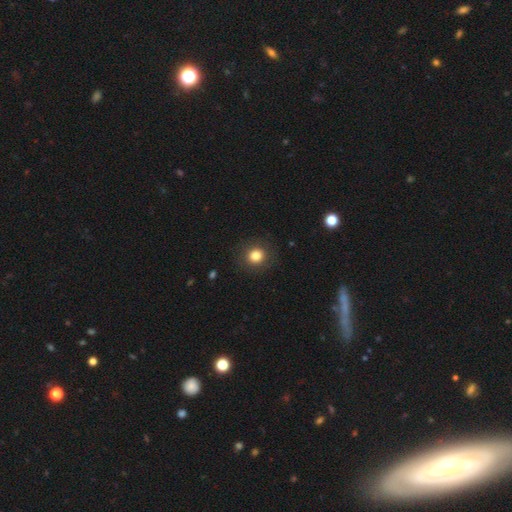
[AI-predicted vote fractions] A smooth galaxy with no disk features (82%) that is round (87%).

Vote fractions:
- Smooth or featured? smooth: 82% / star or artifact: 11% / featured or disk: 7%
- How rounded? round: 87% / in between: 12% / cigar-shaped: 1%
- Merging? none: 89% / minor disturbance: 7% / major disturbance: 3% / merger: 1%